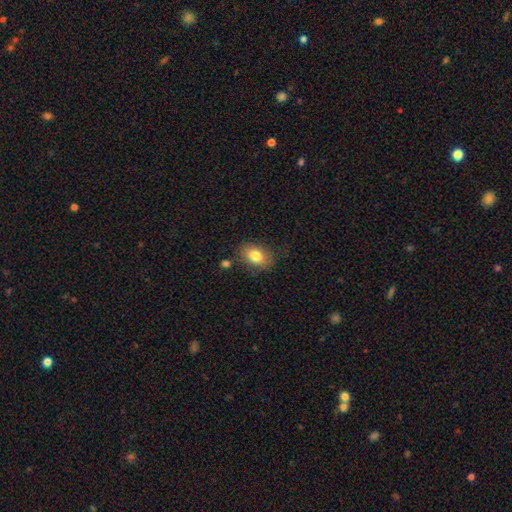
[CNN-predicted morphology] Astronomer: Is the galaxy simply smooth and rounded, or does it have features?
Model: smooth — 81%.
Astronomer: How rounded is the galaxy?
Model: in between — 80%.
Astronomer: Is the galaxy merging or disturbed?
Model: none — 77%.